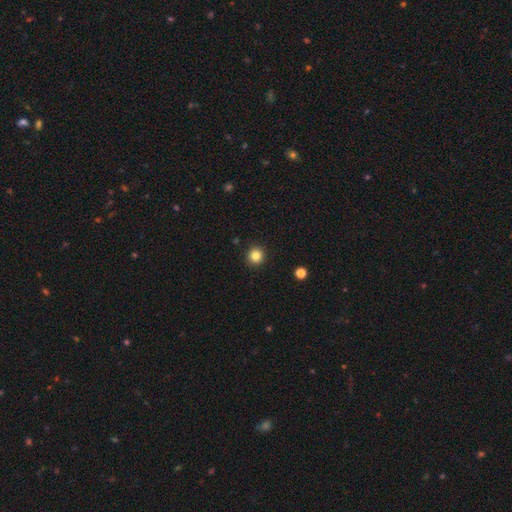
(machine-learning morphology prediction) This is clearly a smooth galaxy (83%). How rounded: clearly round (94%). Merging: clearly none (93%).